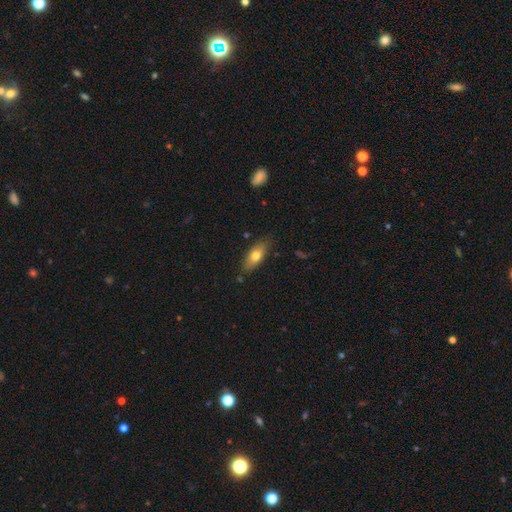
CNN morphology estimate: A smooth galaxy with no disk features (70%) that is in between round and cigar-shaped (75%).

Vote fractions:
- Smooth or featured? smooth: 70% / featured or disk: 23% / star or artifact: 7%
- How rounded? in between: 75% / cigar-shaped: 21% / round: 4%
- Merging? none: 79% / minor disturbance: 16% / major disturbance: 3% / merger: 2%